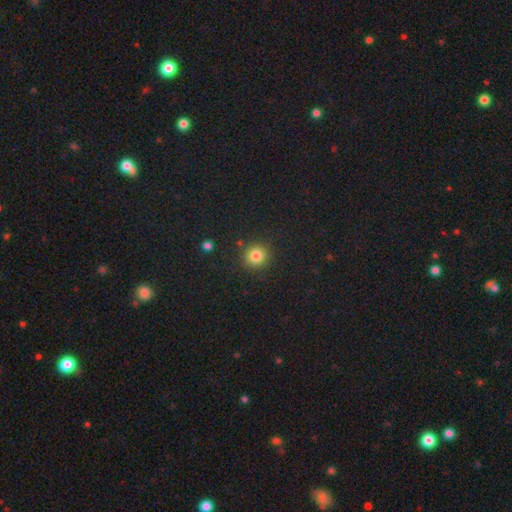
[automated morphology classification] Smooth or featured?
  - smooth: 82% *
  - star or artifact: 13%
  - featured or disk: 5%
How rounded?
  - round: 91% *
  - in between: 8%
  - cigar-shaped: 1%
Merging?
  - none: 89% *
  - minor disturbance: 7%
  - major disturbance: 2%
  - merger: 2%